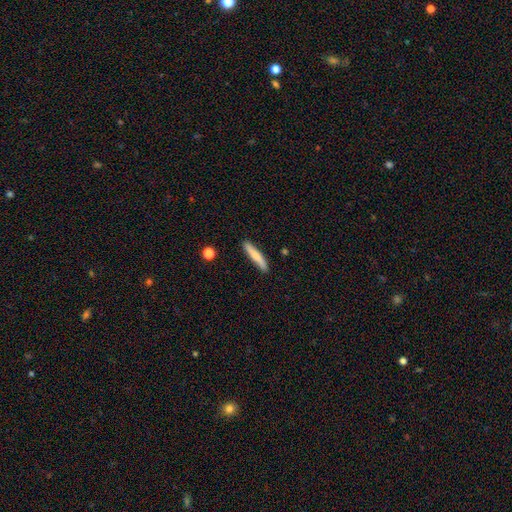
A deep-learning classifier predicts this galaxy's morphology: Smooth or featured: smooth — 72% (featured or disk — 22%)
How rounded: cigar-shaped — 92% (in between — 7%)
Merging: none — 88% (minor disturbance — 9%)